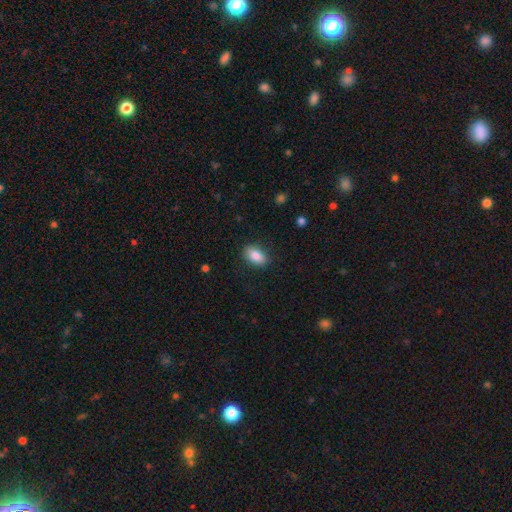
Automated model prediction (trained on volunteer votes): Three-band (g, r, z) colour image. It shows a smooth galaxy with no disk features (85%) that is in between round and cigar-shaped (91%). Merging: none (87%).